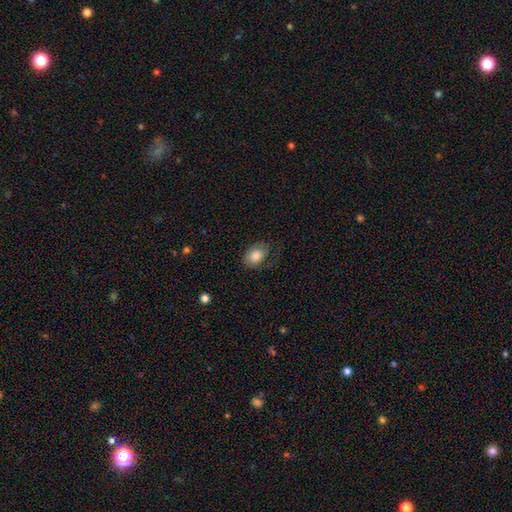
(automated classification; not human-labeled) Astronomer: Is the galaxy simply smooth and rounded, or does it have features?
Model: smooth — 78%.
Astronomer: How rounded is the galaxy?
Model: in between — 78%.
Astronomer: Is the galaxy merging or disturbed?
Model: none — 61%.